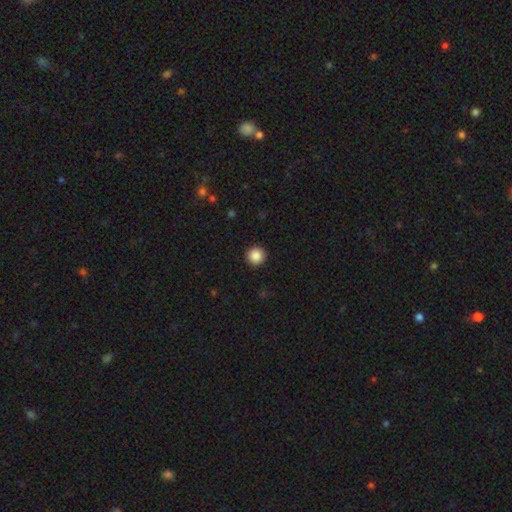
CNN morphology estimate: smooth_or_featured: smooth (p=0.87) [alt: star or artifact p=0.09]
how_rounded: round (p=0.96) [alt: in between p=0.03]
merging: none (p=0.94) [alt: minor disturbance p=0.04]